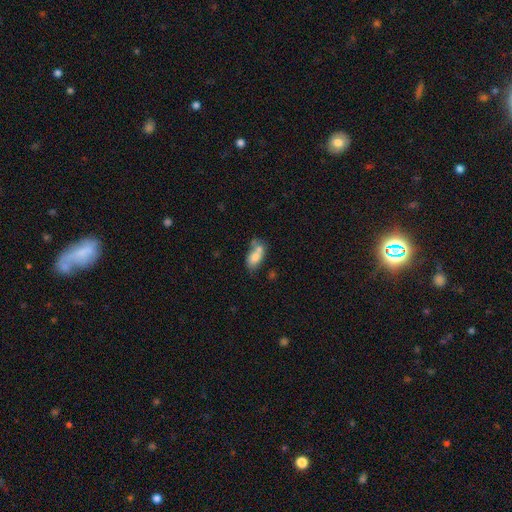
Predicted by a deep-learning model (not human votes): smooth_or_featured: smooth (p=0.73) [alt: featured or disk p=0.18]
how_rounded: in between (p=0.86) [alt: round p=0.08]
merging: merger (p=0.49) [alt: none p=0.29]